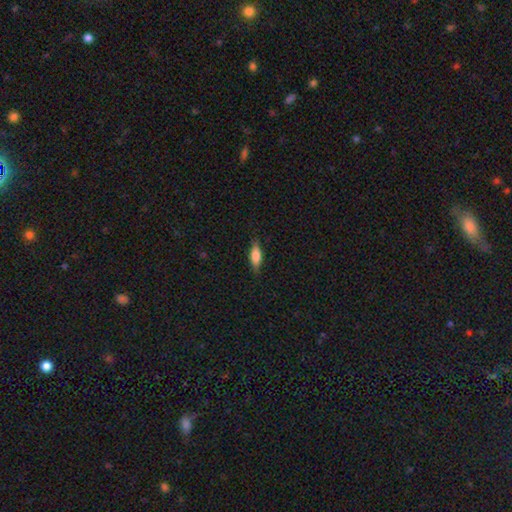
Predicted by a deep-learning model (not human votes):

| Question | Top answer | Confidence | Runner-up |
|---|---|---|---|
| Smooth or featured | smooth | 72% | featured or disk (21%) |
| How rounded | in between | 57% | cigar-shaped (40%) |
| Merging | none | 82% | minor disturbance (14%) |